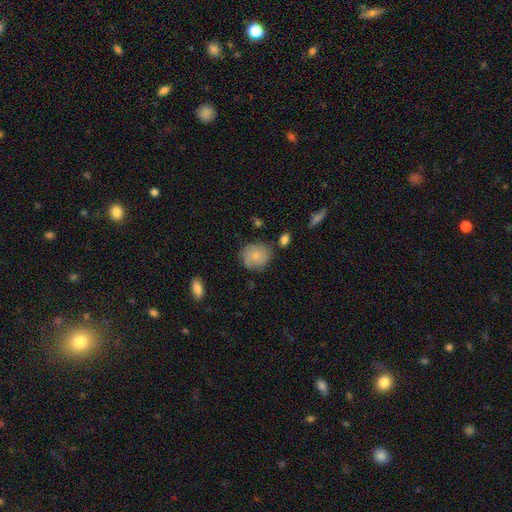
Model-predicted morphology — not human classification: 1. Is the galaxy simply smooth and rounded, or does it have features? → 74% smooth, 19% featured or disk, 7% star or artifact.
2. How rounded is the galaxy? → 79% round, 20% in between, 1% cigar-shaped.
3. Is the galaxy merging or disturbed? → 71% none, 20% minor disturbance, 5% major disturbance, 4% merger.